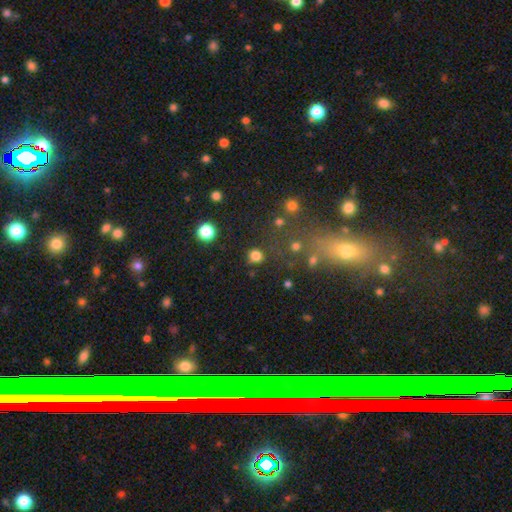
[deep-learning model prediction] This appears to be a smooth galaxy with no disk features (80%) that is round (86%). Merging: none (82%).